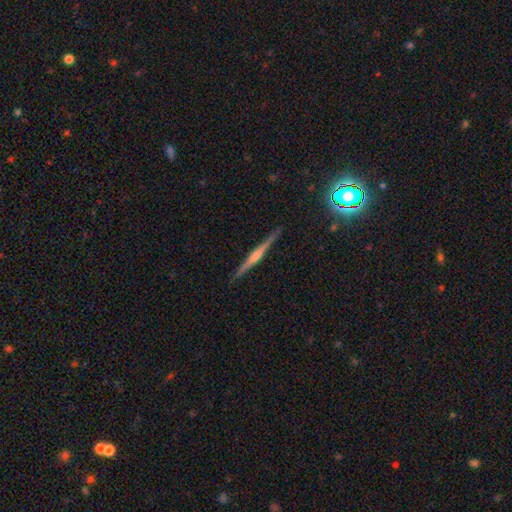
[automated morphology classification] type=featured or disk (75%); edge-on=yes (98%); edge-on bulge=rounded (79%); merging=none (92%).